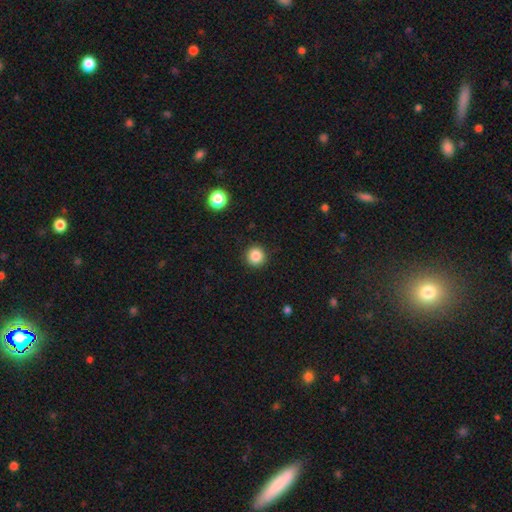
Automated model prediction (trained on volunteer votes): smooth-or-featured: smooth: 86% | star or artifact: 10% | featured or disk: 4%
  how-rounded: round: 95% | in between: 4% | cigar-shaped: 1%
  merging: none: 92% | minor disturbance: 5% | major disturbance: 2% | merger: 1%